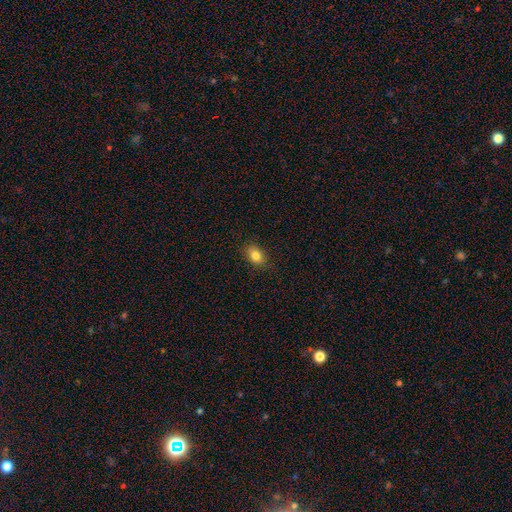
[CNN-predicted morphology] This is clearly a smooth galaxy (82%). How rounded: likely in between (72%). Merging: clearly none (85%).